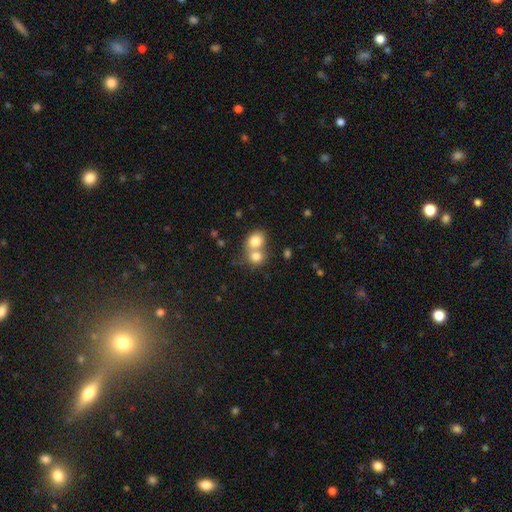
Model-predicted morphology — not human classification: A smooth galaxy with no disk features (65%) that is round (73%).

Vote fractions:
- Smooth or featured? smooth: 65% / star or artifact: 22% / featured or disk: 13%
- How rounded? round: 73% / in between: 25% / cigar-shaped: 2%
- Merging? merger: 50% / none: 40% / minor disturbance: 6% / major disturbance: 3%